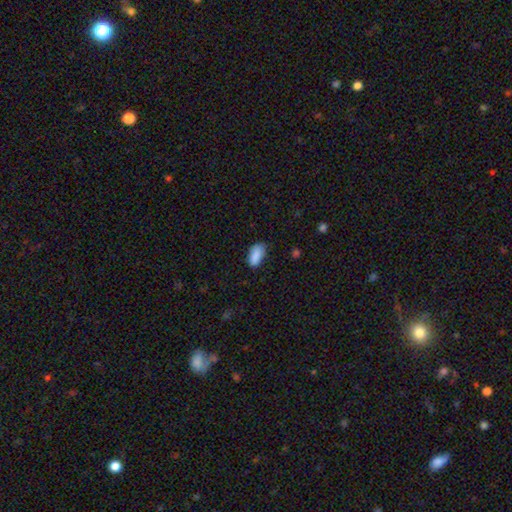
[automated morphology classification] Smooth or featured? Predicted: smooth (p=0.87). How rounded? Predicted: in between (p=0.92). Merging? Predicted: none (p=0.63).